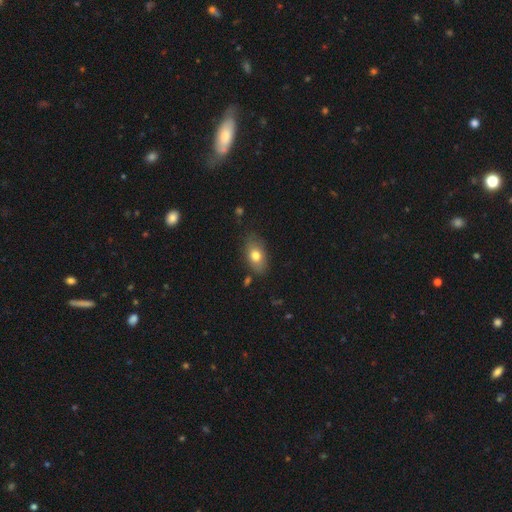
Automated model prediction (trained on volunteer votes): The model was most divided on "smooth or featured": smooth: 75%, featured or disk: 17%, star or artifact: 8%. More confident: how rounded — in between (87%); merging — none (77%).